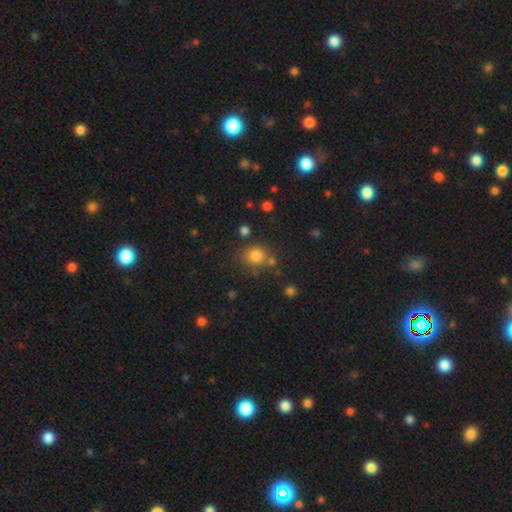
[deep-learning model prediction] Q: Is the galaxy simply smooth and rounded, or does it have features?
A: smooth — 80%.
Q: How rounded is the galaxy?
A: round — 80%.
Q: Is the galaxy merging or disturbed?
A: none — 72%.